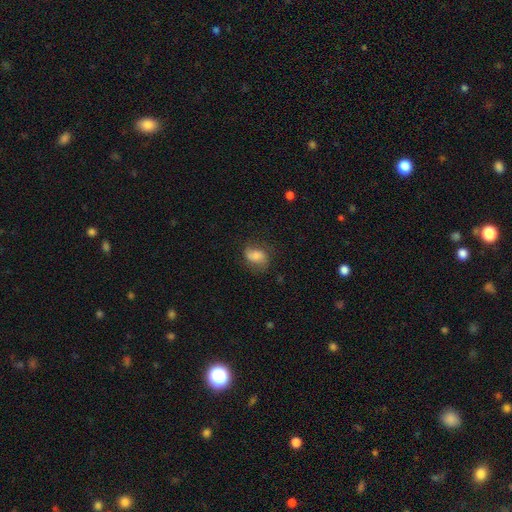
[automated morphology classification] Overall: smooth (66%). How rounded: in between (75%). Merging: none (60%; minor disturbance 25%).